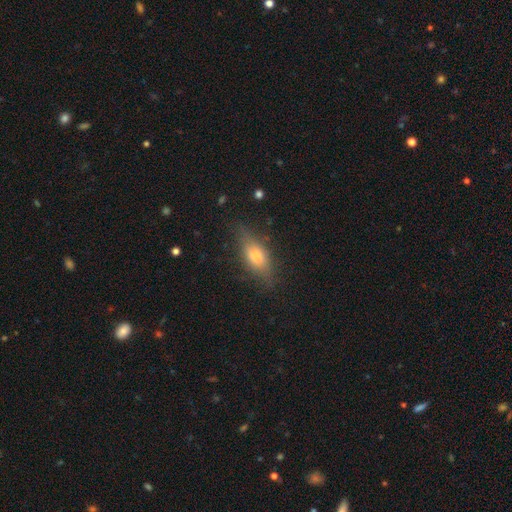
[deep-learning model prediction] smooth_or_featured: smooth (p=0.59) [alt: featured or disk p=0.32]
how_rounded: in between (p=0.68) [alt: cigar-shaped p=0.27]
merging: none (p=0.76) [alt: minor disturbance p=0.18]